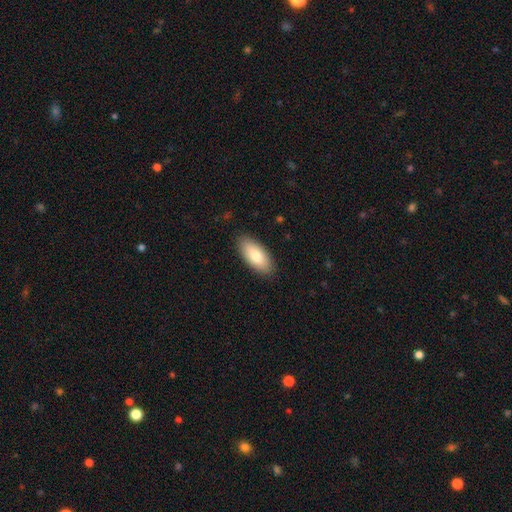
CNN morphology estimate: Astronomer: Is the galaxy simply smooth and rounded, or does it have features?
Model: smooth — 80%.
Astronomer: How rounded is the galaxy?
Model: in between — 90%.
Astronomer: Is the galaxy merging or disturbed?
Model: none — 88%.